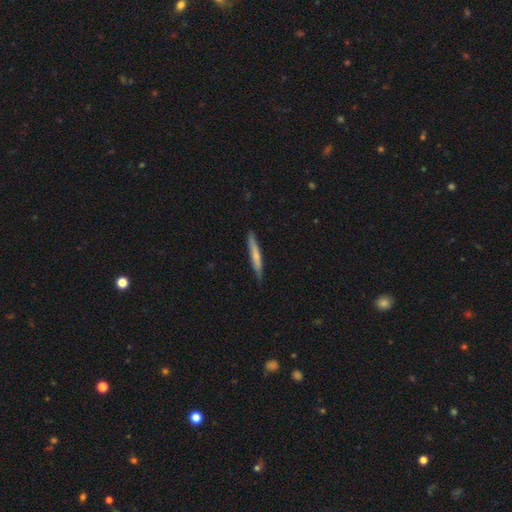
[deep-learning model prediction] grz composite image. It shows a smooth galaxy with no disk features (59%) that is cigar-shaped (95%). Merging: none (87%).